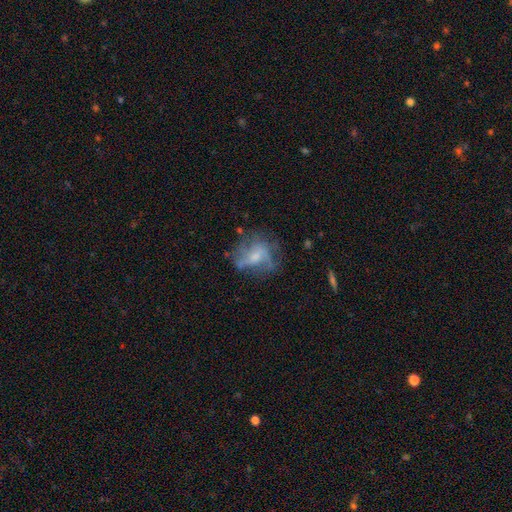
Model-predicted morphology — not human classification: Q: Smooth or featured?
A: featured or disk (57%); runner-up: smooth (31%)
Q: Edge-on disk?
A: no (96%); runner-up: yes (4%)
Q: Bar?
A: no (60%); runner-up: weak (32%)
Q: Spiral arms?
A: yes (54%); runner-up: no (46%)
Q: Bulge size?
A: small (38%); runner-up: moderate (36%)
Q: Merging?
A: none (47%); runner-up: major disturbance (27%)